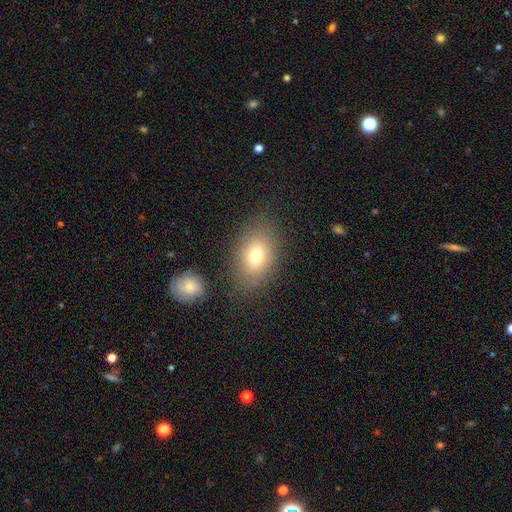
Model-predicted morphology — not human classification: Smooth or featured? Predicted: smooth (p=0.73). How rounded? Predicted: in between (p=0.80). Merging? Predicted: none (p=0.79).